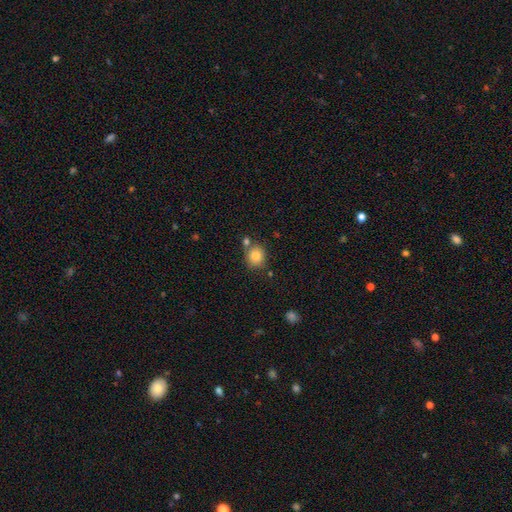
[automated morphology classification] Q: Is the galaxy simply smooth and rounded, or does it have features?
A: smooth — 82%.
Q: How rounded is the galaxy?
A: round — 80%.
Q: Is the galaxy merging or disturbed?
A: none — 70%.